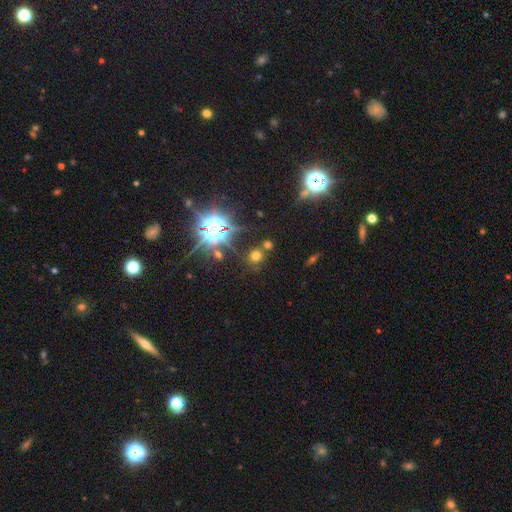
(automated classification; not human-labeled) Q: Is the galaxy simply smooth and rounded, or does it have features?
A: smooth — 51%.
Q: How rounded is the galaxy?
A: round — 86%.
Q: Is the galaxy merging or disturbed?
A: none — 76%.